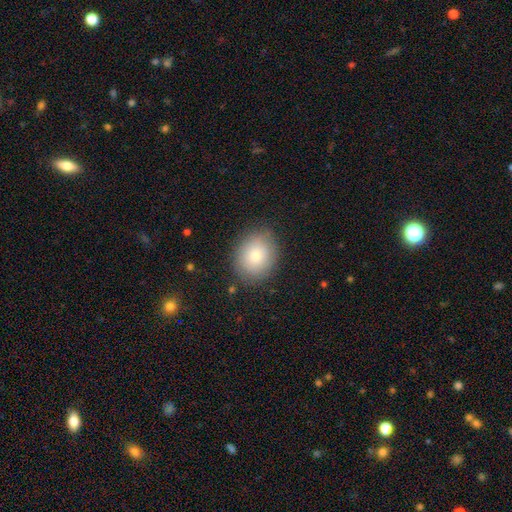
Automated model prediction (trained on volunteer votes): Smooth or featured: smooth — 76% (featured or disk — 14%)
How rounded: round — 60% (in between — 39%)
Merging: none — 83% (minor disturbance — 12%)